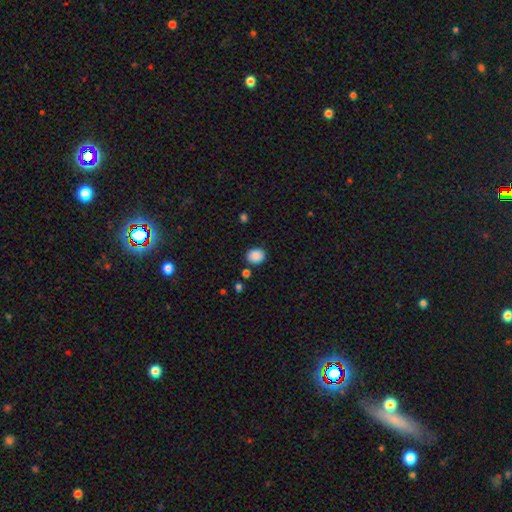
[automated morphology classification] A smooth galaxy with no disk features (88%) that is round (66%). Merging: none (84%).